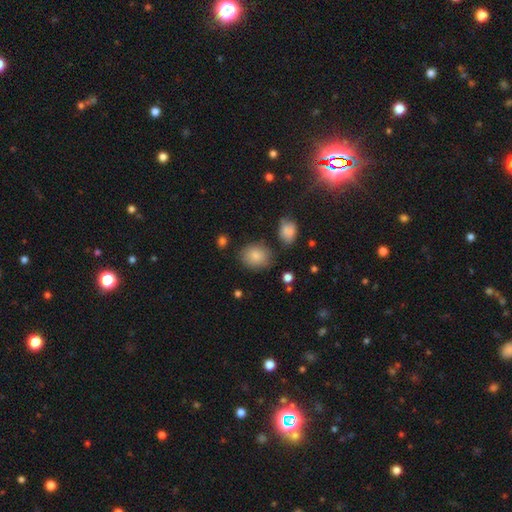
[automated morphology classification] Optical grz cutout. It shows a smooth galaxy with no disk features (83%) that is round (57%). Merging: none (75%).